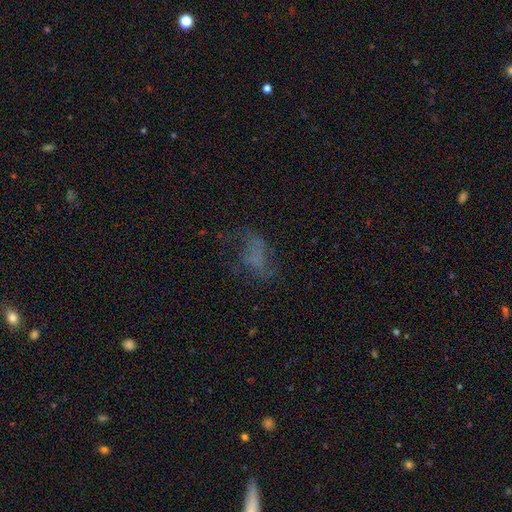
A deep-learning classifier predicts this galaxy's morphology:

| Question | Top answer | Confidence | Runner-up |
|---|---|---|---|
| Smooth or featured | featured or disk | 43% | smooth (34%) |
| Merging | none | 46% | major disturbance (32%) |